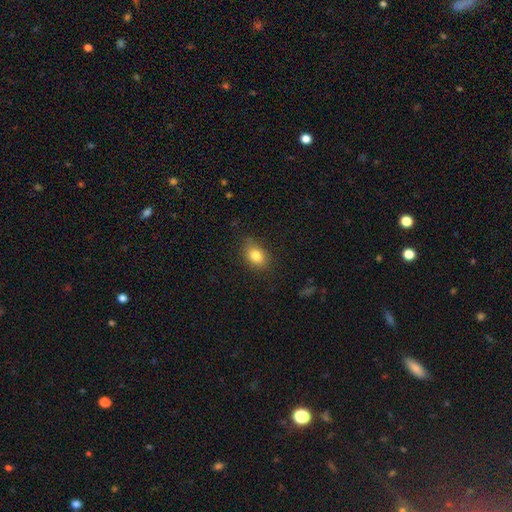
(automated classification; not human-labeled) Morphology: type=smooth (82%); roundness=in between (78%); merging=none (78%).